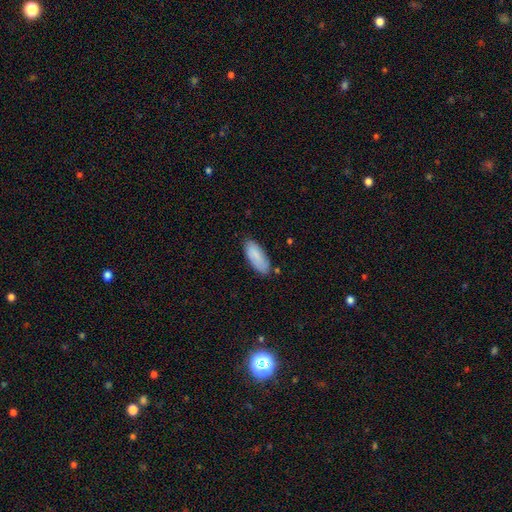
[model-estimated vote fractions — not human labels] This appears to be a smooth galaxy with no disk features (84%) that is in between round and cigar-shaped (81%). Merging: none (78%).